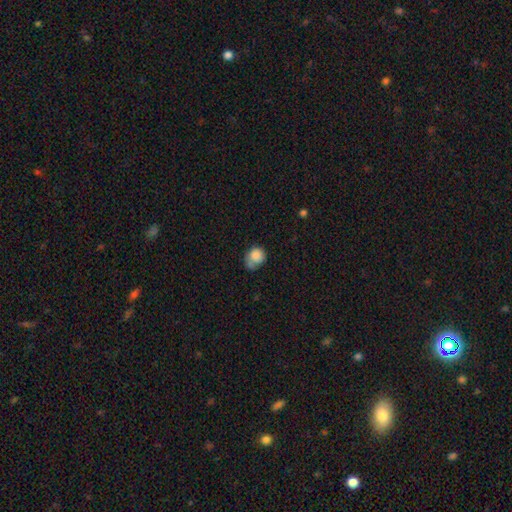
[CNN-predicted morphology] A smooth galaxy with no disk features (82%) that is round (66%). Merging: none (39%).